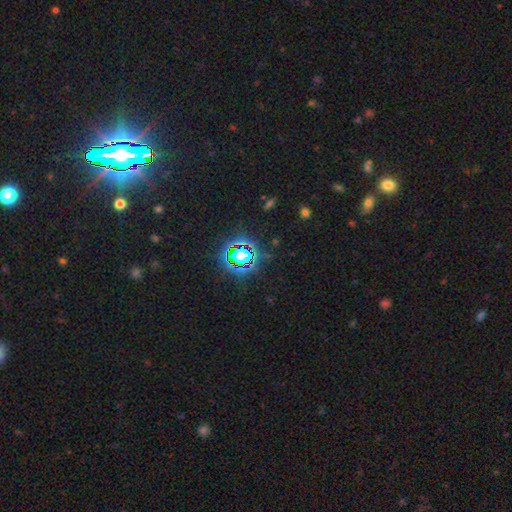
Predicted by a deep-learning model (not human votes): Smooth or featured? Predicted: star or artifact (p=0.80).